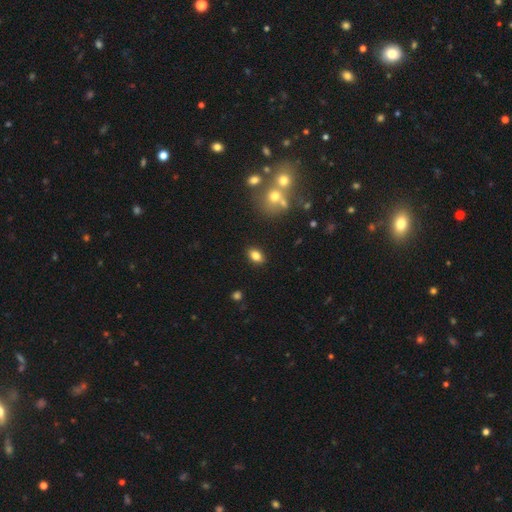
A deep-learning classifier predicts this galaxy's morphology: Smooth or featured: smooth — 82% (star or artifact — 10%)
How rounded: in between — 84% (round — 14%)
Merging: none — 87% (minor disturbance — 8%)